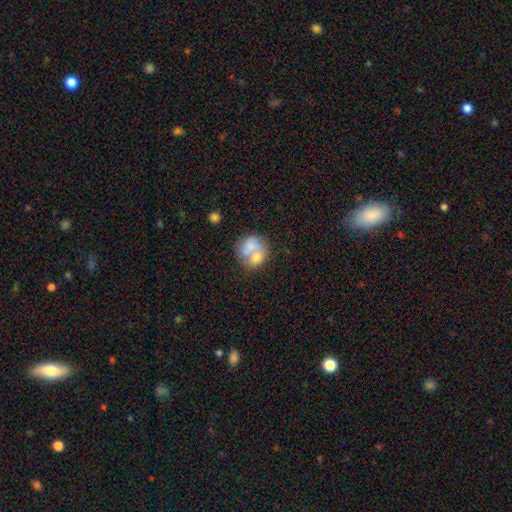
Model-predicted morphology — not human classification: The model was most divided on "merging": merger: 58%, none: 27%, minor disturbance: 9%, major disturbance: 6%. More confident: how rounded — round (65%); smooth or featured — smooth (65%).